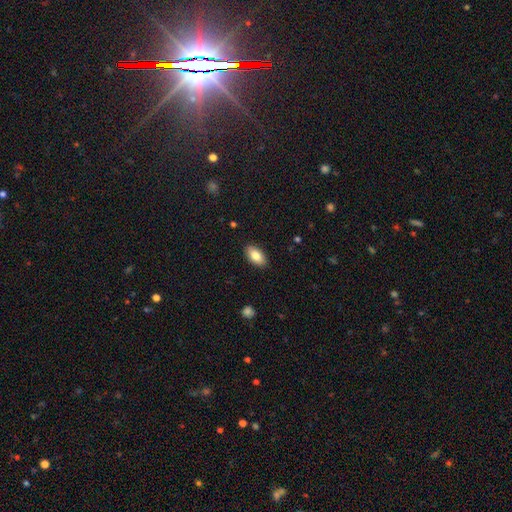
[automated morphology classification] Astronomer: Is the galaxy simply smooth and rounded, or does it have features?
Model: smooth — 83%.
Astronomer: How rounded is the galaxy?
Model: in between — 93%.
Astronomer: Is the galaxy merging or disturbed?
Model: none — 88%.